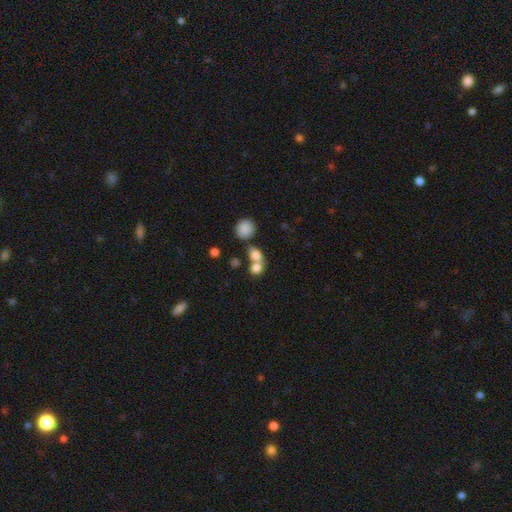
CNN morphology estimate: Overall: smooth (78%). How rounded: round (61%; in between 37%). Merging: merger (58%; none 32%).